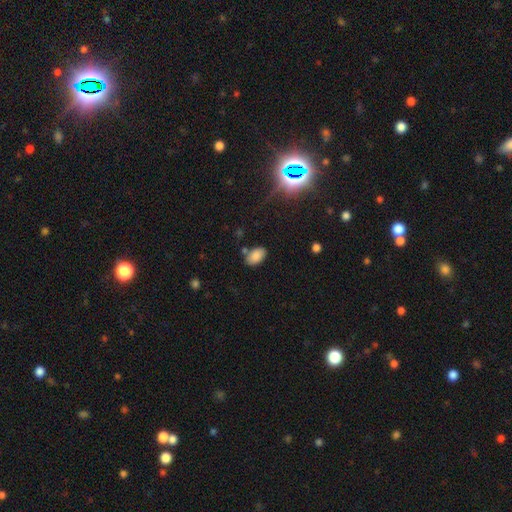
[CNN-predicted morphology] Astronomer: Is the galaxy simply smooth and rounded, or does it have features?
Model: smooth — 83%.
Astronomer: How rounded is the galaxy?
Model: in between — 91%.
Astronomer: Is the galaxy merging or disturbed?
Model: none — 73%.